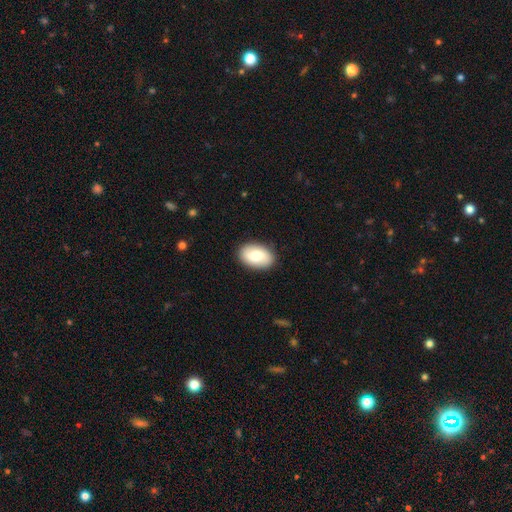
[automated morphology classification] Smooth or featured?
  - smooth: 76% *
  - featured or disk: 18%
  - star or artifact: 6%
How rounded?
  - in between: 91% *
  - round: 8%
  - cigar-shaped: 1%
Merging?
  - none: 89% *
  - minor disturbance: 8%
  - major disturbance: 2%
  - merger: 1%